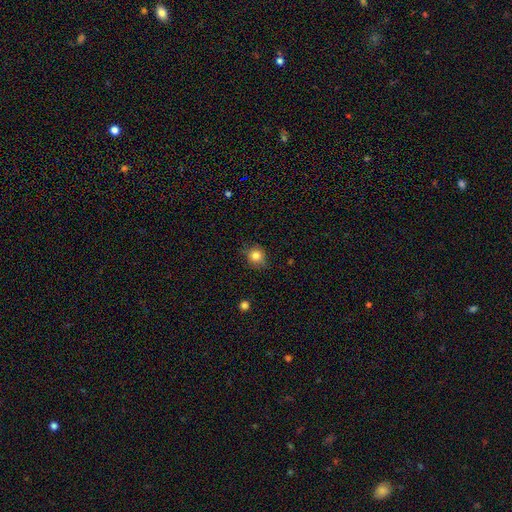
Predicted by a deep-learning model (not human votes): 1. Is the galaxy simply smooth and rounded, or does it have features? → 83% smooth, 11% star or artifact, 6% featured or disk.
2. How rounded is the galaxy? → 79% round, 20% in between, 1% cigar-shaped.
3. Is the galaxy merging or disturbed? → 77% none, 18% minor disturbance, 4% major disturbance, 1% merger.